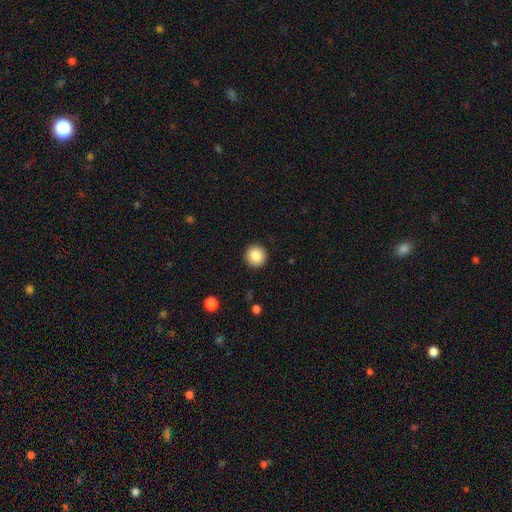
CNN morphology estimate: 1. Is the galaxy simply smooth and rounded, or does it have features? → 87% smooth, 9% star or artifact, 4% featured or disk.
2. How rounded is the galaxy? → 95% round, 4% in between, 1% cigar-shaped.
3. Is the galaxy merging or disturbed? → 93% none, 5% minor disturbance, 2% major disturbance, 1% merger.